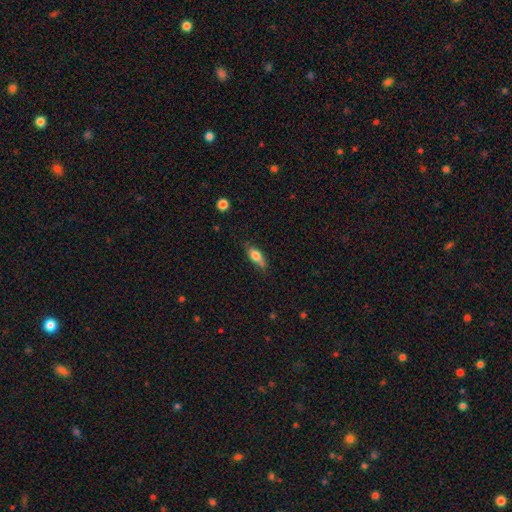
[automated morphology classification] type=smooth (71%); roundness=in between (72%); merging=none (68%).